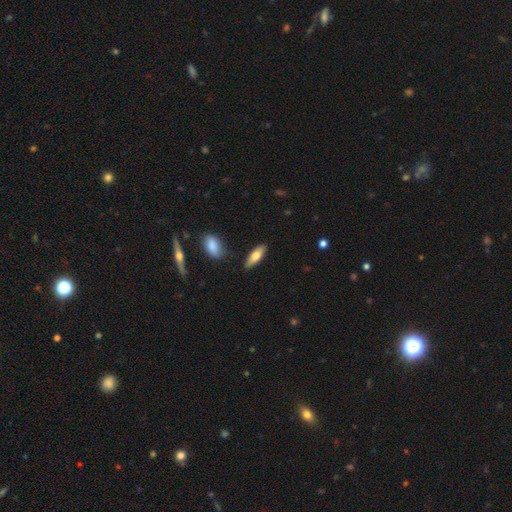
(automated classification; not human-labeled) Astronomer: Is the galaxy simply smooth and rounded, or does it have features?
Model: smooth — 72%.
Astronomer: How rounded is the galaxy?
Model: in between — 58% (runner-up: cigar-shaped, 39%).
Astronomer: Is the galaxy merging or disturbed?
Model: none — 84%.